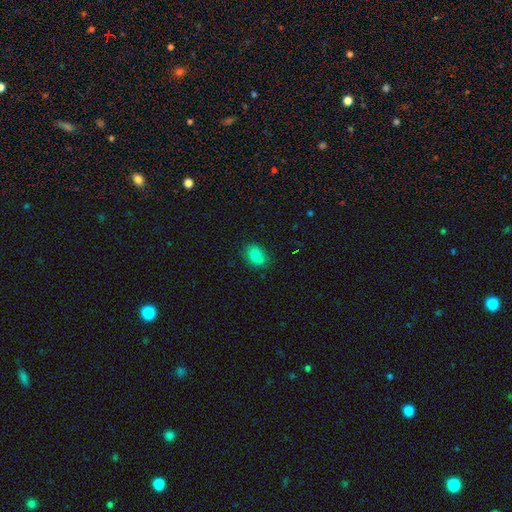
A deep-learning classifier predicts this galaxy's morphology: Smooth or featured: smooth — 81% (star or artifact — 11%)
How rounded: in between — 74% (round — 24%)
Merging: none — 77% (minor disturbance — 15%)